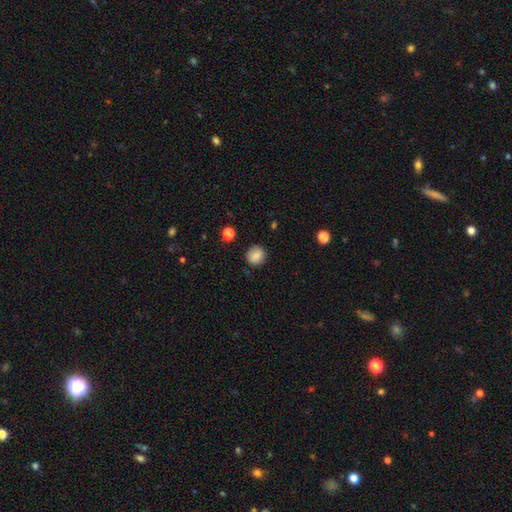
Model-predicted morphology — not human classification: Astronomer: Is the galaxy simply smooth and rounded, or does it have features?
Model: smooth — 84%.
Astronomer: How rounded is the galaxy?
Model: round — 88%.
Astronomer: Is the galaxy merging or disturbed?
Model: none — 87%.